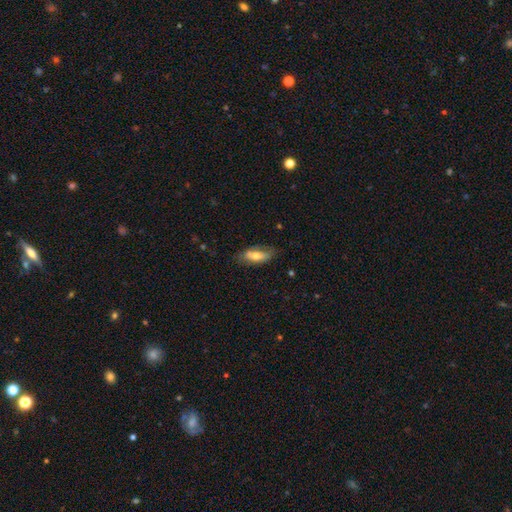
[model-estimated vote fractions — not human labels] smooth-or-featured: smooth: 58% | featured or disk: 35% | star or artifact: 7%
  how-rounded: in between: 79% | cigar-shaped: 18% | round: 3%
  merging: none: 67% | minor disturbance: 24% | major disturbance: 7% | merger: 3%